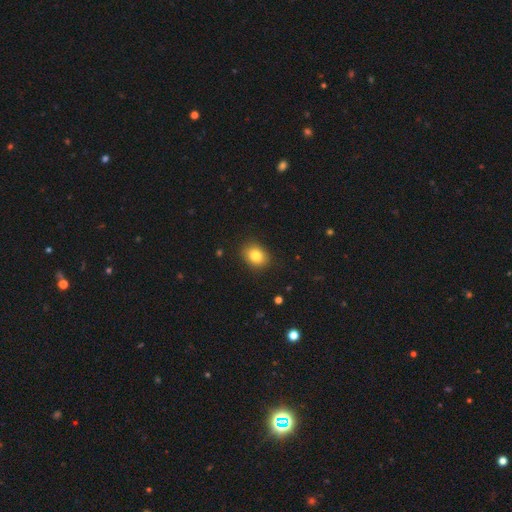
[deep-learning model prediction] A smooth galaxy with no disk features (82%) that is round (50%). Merging: none (88%).